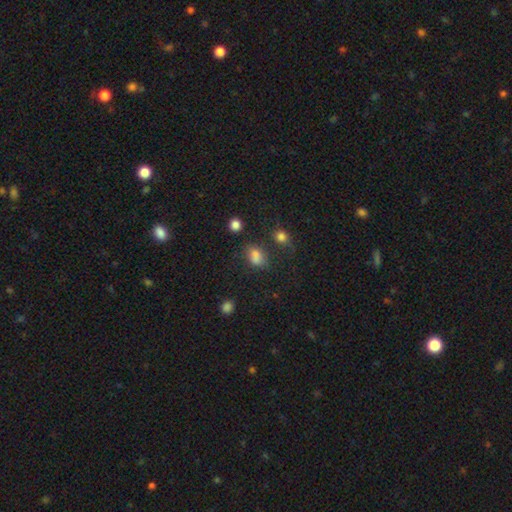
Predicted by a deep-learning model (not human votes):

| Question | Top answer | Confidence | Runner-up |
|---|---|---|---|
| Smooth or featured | smooth | 76% | star or artifact (16%) |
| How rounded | in between | 71% | round (26%) |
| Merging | none | 58% | minor disturbance (20%) |